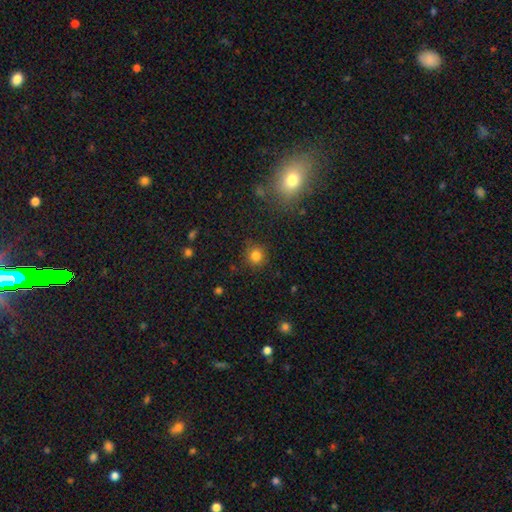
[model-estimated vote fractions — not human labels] The model was most divided on "smooth or featured": smooth: 82%, star or artifact: 13%, featured or disk: 5%. More confident: how rounded — round (91%); merging — none (86%).